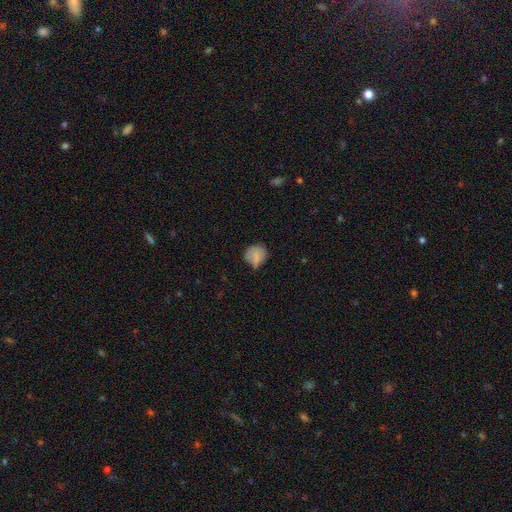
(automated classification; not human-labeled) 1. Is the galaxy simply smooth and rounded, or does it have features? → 75% smooth, 14% featured or disk, 10% star or artifact.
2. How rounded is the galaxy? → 66% round, 33% in between, 1% cigar-shaped.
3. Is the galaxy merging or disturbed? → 49% none, 35% minor disturbance, 13% major disturbance, 3% merger.